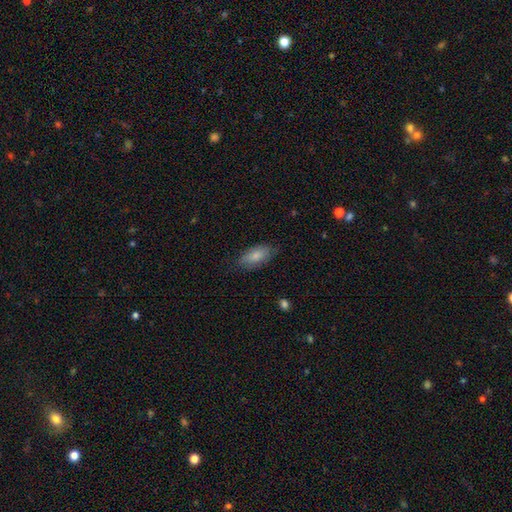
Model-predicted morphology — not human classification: Smooth or featured?
  - smooth: 81% *
  - featured or disk: 13%
  - star or artifact: 6%
How rounded?
  - in between: 89% *
  - cigar-shaped: 8%
  - round: 3%
Merging?
  - none: 75% *
  - minor disturbance: 19%
  - major disturbance: 4%
  - merger: 1%